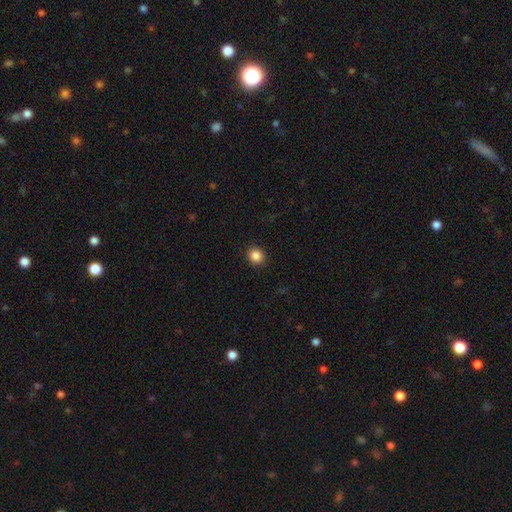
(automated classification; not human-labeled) This appears to be a smooth galaxy with no disk features (87%) that is round (85%). Merging: none (91%).